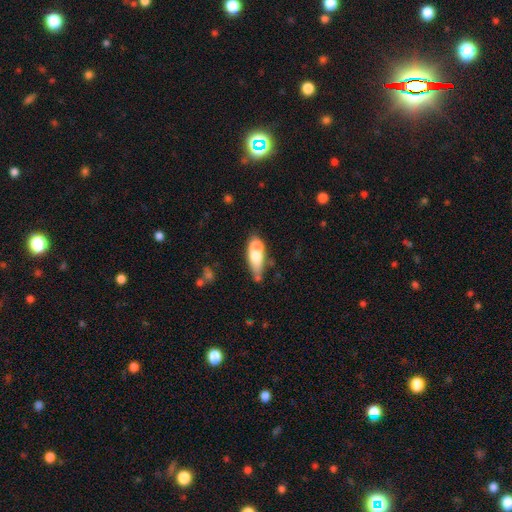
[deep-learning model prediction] Morphology: type=smooth (62%); roundness=in between (61%); merging=merger (41%).